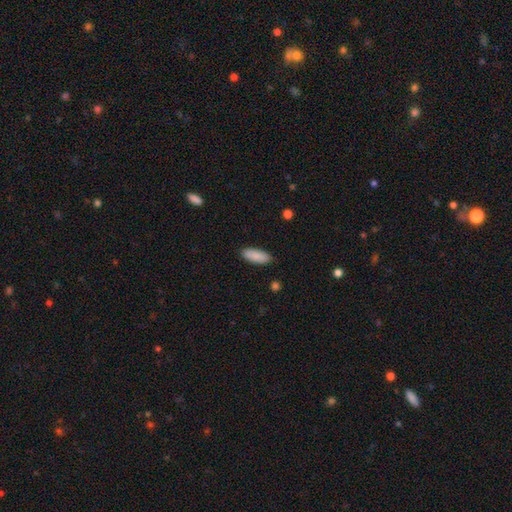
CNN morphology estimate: Smooth or featured?
  - smooth: 90% *
  - star or artifact: 6%
  - featured or disk: 4%
How rounded?
  - in between: 76% *
  - cigar-shaped: 22%
  - round: 2%
Merging?
  - none: 88% *
  - minor disturbance: 9%
  - major disturbance: 2%
  - merger: 1%